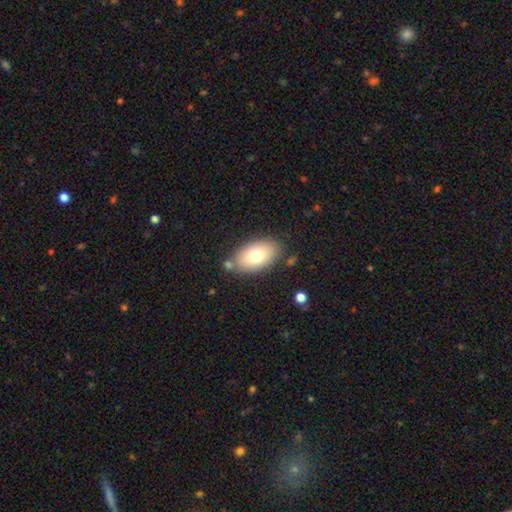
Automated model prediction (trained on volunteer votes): This appears to be a smooth galaxy with no disk features (74%) that is in between round and cigar-shaped (92%). Merging: none (77%).